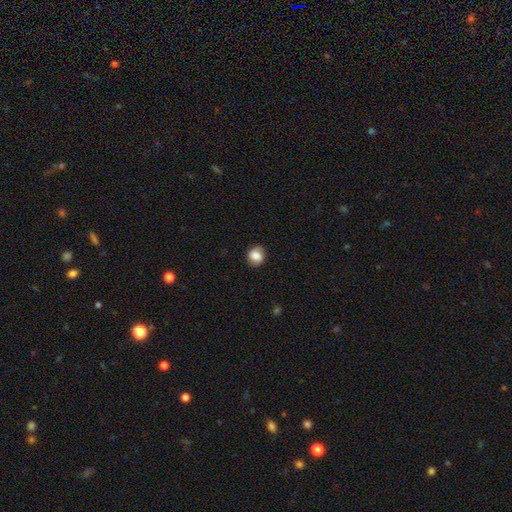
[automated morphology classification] A smooth galaxy with no disk features (74%) that is round (79%).

Vote fractions:
- Smooth or featured? smooth: 74% / featured or disk: 17% / star or artifact: 9%
- How rounded? round: 79% / in between: 20% / cigar-shaped: 1%
- Merging? none: 83% / minor disturbance: 12% / major disturbance: 3% / merger: 1%